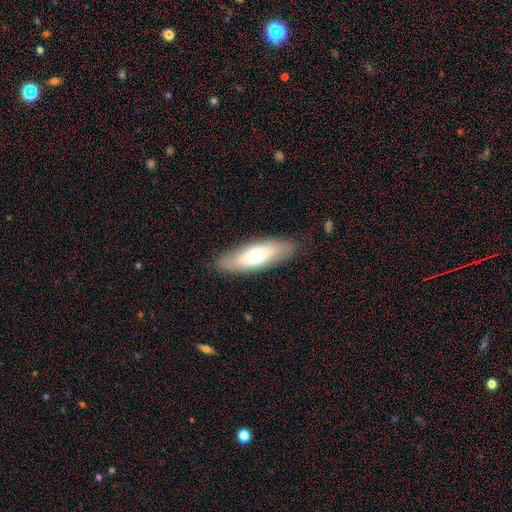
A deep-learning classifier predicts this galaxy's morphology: Smooth or featured? smooth (62%)
How rounded? in between (59%)
Merging? none (86%)